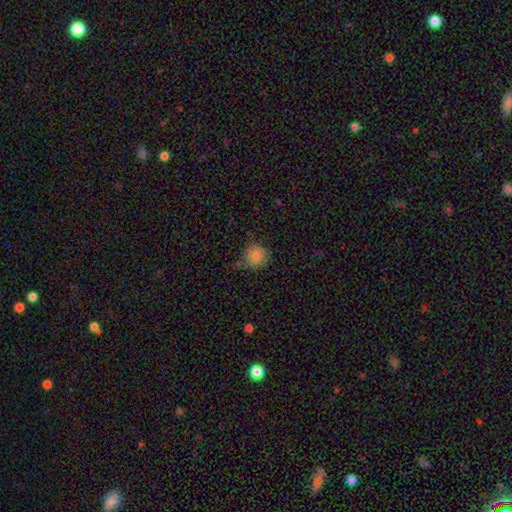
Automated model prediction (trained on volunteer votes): Overall: smooth (81%). How rounded: round (91%). Merging: none (72%).